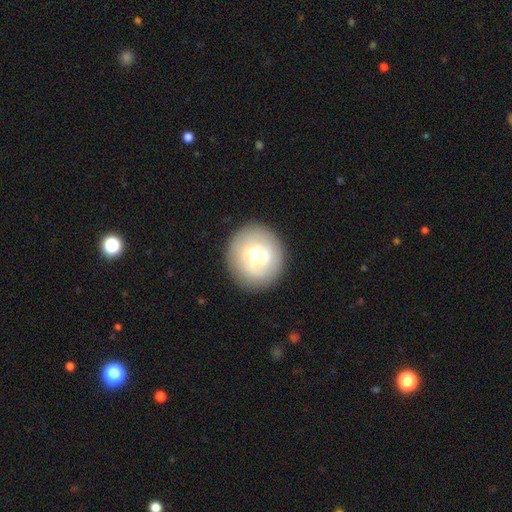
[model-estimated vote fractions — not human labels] Smooth or featured?
  - featured or disk: 61% *
  - smooth: 32%
  - star or artifact: 7%
Edge-on disk?
  - no: 97% *
  - yes: 3%
Bar?
  - weak: 55% *
  - no: 27%
  - strong: 18%
Spiral arms?
  - yes: 78% *
  - no: 22%
Bulge size?
  - moderate: 61% *
  - small: 29%
  - large: 7%
  - none: 1%
  - dominant: 1%
Merging?
  - none: 85% *
  - minor disturbance: 10%
  - major disturbance: 4%
  - merger: 2%